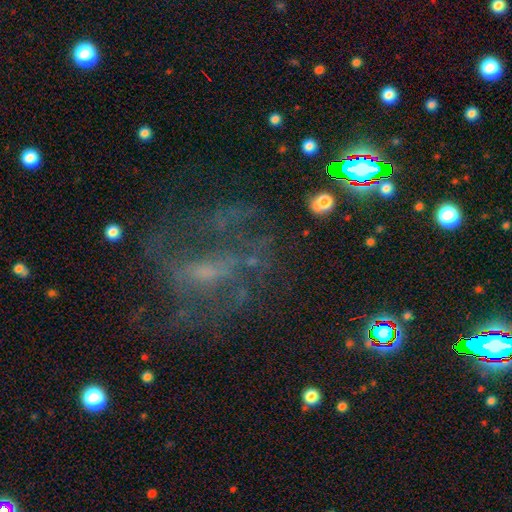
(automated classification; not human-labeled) Morphology: type=featured or disk (54%); edge-on=no (94%); bar=no (53%); spiral arms=yes (51%); bulge=small (37%); merging=none (50%).